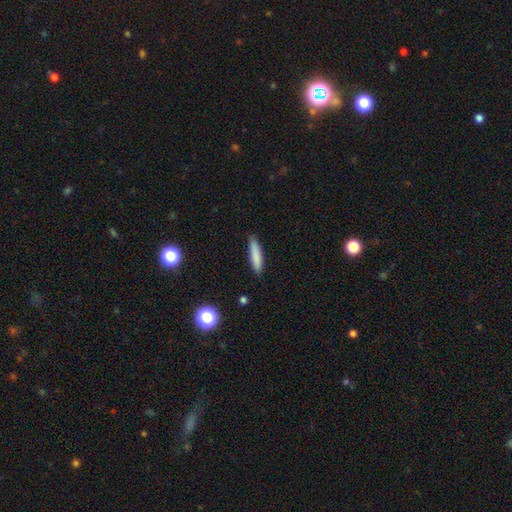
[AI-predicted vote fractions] The model was most divided on "how rounded": cigar-shaped: 81%, in between: 18%, round: 1%. More confident: merging — none (86%); smooth or featured — smooth (84%).